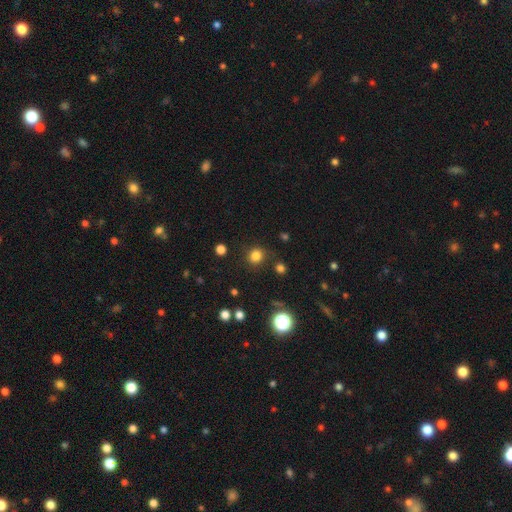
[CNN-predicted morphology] Overall: smooth (80%). How rounded: round (86%). Merging: none (84%).